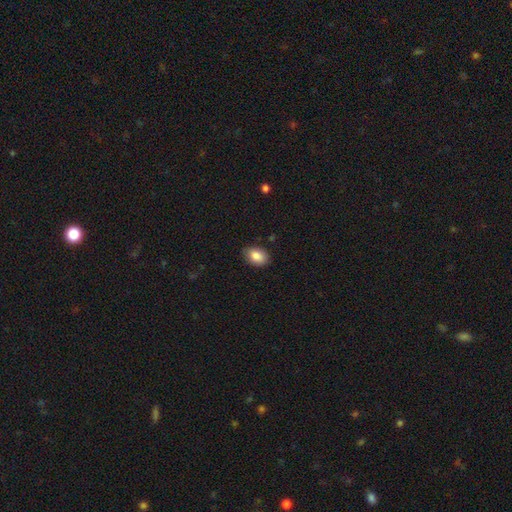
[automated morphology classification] Overall: smooth (85%). How rounded: in between (84%). Merging: none (85%).